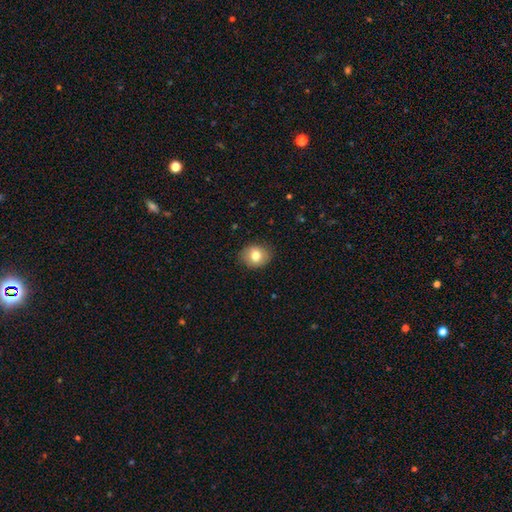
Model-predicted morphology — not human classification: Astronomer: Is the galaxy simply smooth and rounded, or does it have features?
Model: smooth — 78%.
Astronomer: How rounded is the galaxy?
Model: round — 57% (runner-up: in between, 43%).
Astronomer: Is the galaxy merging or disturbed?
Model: none — 85%.